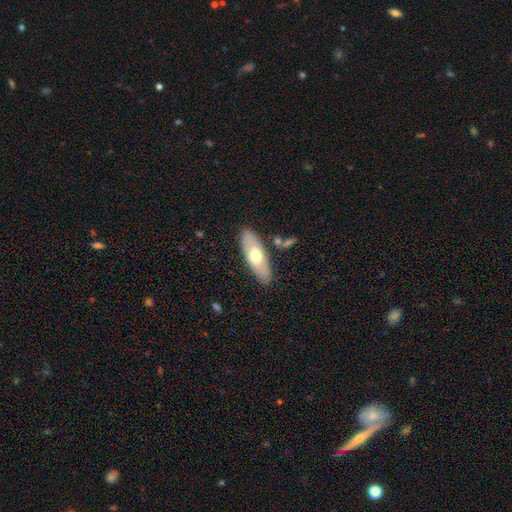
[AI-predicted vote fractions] Morphology: type=smooth (55%); roundness=in between (72%); merging=none (84%).